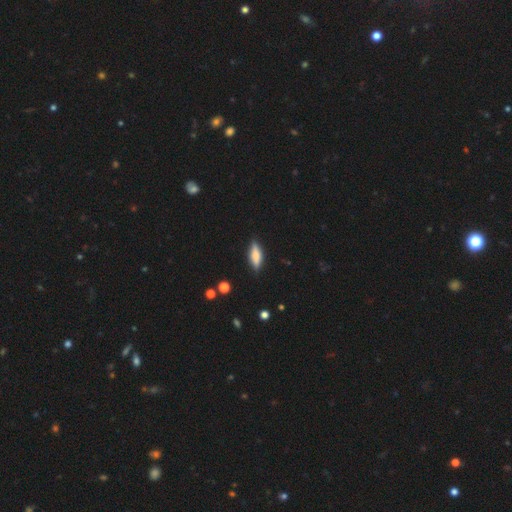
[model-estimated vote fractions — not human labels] Smooth or featured? smooth (65%)
How rounded? in between (53%)
Merging? none (86%)